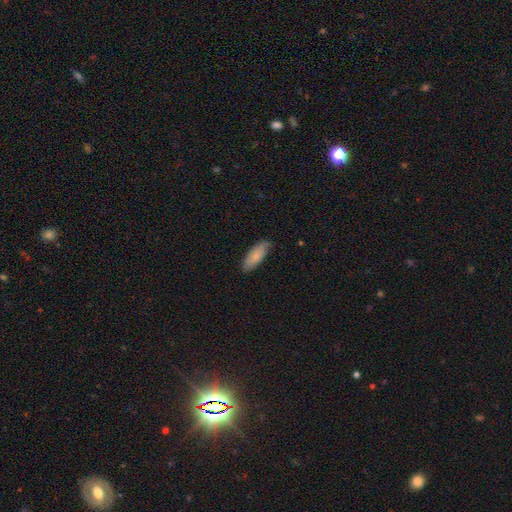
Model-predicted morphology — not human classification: A smooth galaxy with no disk features (79%) that is in between round and cigar-shaped (76%). Merging: none (74%).